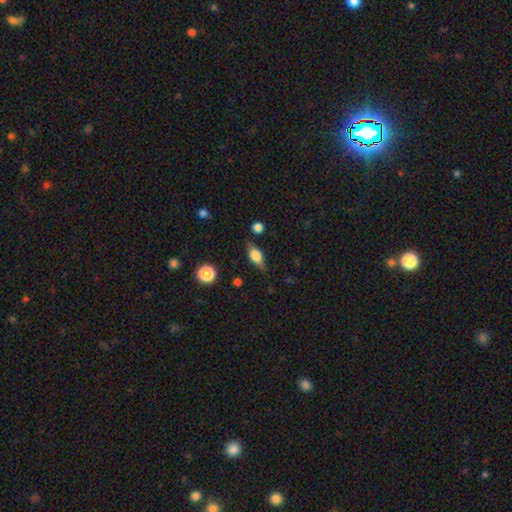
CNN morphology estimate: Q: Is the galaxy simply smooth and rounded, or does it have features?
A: smooth — 53%.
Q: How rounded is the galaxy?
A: in between — 71%.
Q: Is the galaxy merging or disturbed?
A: none — 79%.